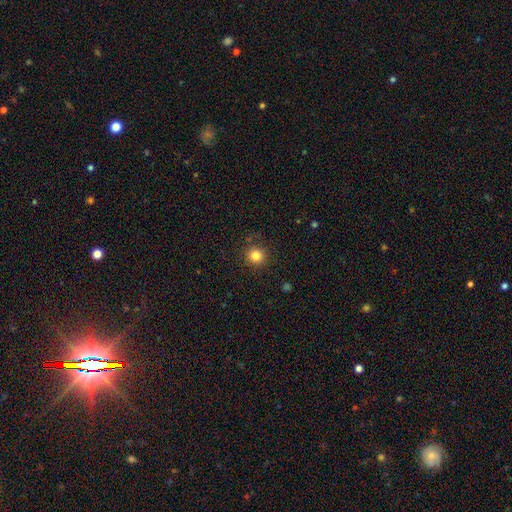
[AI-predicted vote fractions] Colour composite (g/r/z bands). It shows a smooth galaxy with no disk features (82%) that is round (92%). Merging: none (88%).